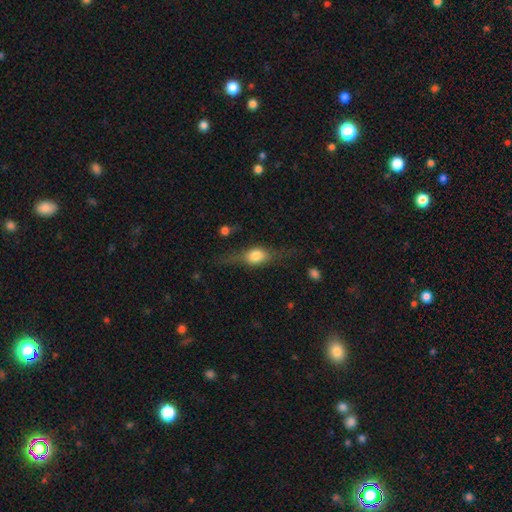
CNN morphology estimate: smooth 48%, featured or disk 43%, star or artifact 9%. Down the decision tree: merging — none (60%).